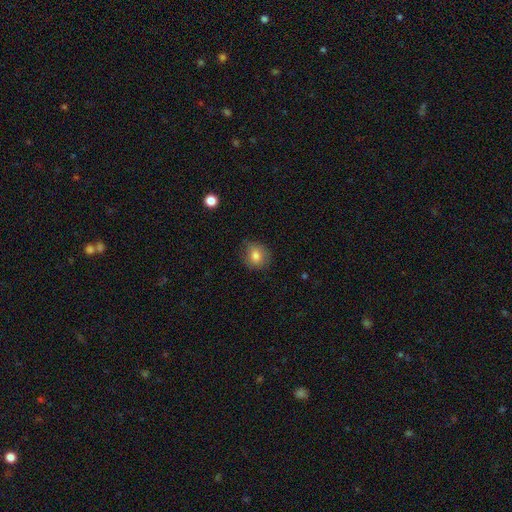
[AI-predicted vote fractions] The model was most divided on "how rounded": round: 73%, in between: 26%, cigar-shaped: 1%. More confident: smooth or featured — smooth (80%); merging — none (78%).